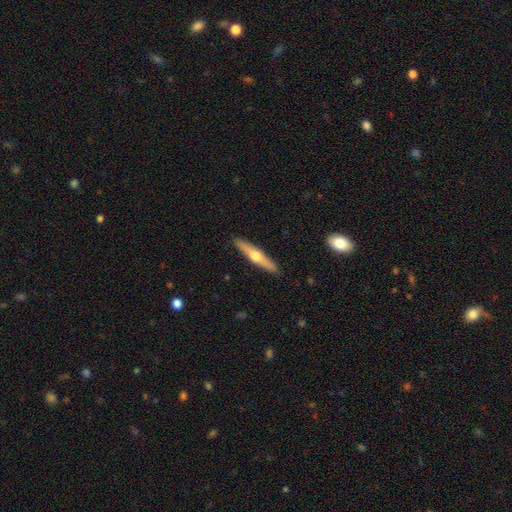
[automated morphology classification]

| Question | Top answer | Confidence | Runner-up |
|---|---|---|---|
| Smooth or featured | featured or disk | 60% | smooth (35%) |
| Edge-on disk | yes | 95% | no (5%) |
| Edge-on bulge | rounded | 94% | none (4%) |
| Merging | none | 91% | minor disturbance (6%) |